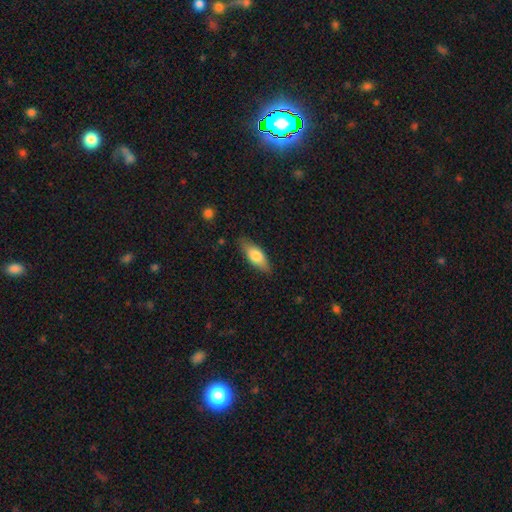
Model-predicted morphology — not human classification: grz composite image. It shows a smooth galaxy with no disk features (72%) that is in between round and cigar-shaped (70%). Merging: none (83%).